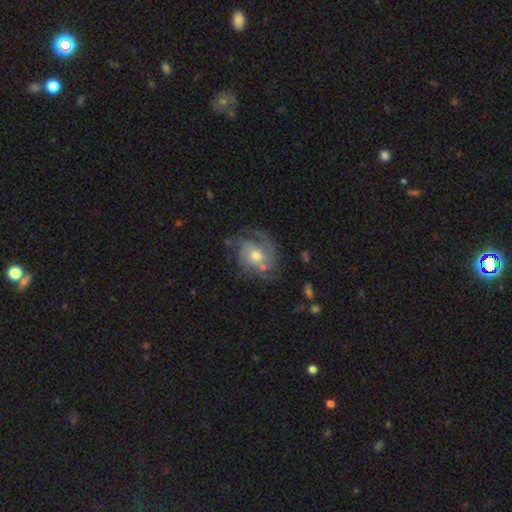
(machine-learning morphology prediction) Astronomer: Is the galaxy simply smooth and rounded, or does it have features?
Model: featured or disk — 72%.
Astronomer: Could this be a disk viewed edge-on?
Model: no — 97%.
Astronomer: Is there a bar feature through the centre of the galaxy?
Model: no — 77%.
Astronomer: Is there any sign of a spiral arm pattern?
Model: yes — 87%.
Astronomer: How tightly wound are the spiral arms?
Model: tight — 41% (runner-up: medium, 40%).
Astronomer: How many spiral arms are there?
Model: can't tell — 33% (runner-up: 3, 24%).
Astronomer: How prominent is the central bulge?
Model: moderate — 63%.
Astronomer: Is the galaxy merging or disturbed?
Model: none — 58%.